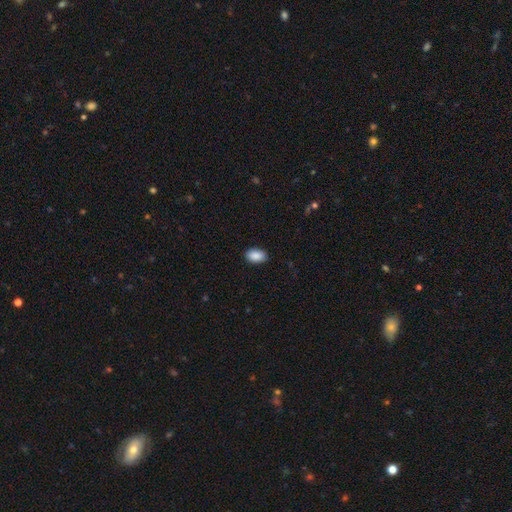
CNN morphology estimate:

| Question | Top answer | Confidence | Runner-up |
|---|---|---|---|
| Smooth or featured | smooth | 90% | star or artifact (7%) |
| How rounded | in between | 90% | round (8%) |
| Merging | none | 89% | minor disturbance (8%) |